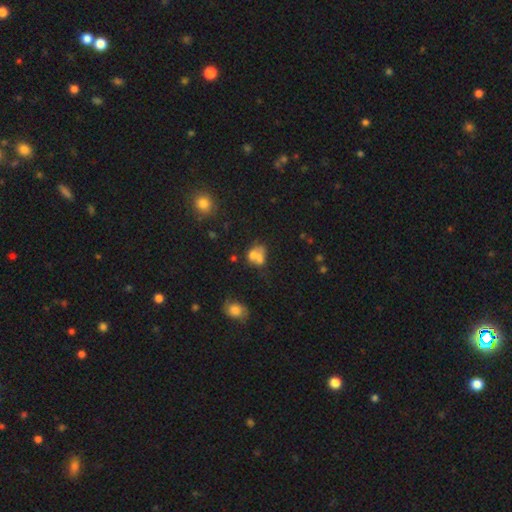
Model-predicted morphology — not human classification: Smooth or featured: smooth — 58% (featured or disk — 25%)
How rounded: in between — 56% (round — 42%)
Merging: merger — 46% (none — 27%)